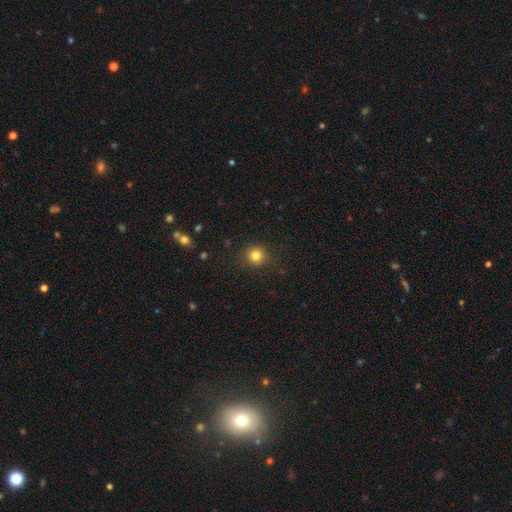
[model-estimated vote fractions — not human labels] smooth_or_featured: smooth (p=0.82) [alt: star or artifact p=0.13]
how_rounded: round (p=0.91) [alt: in between p=0.08]
merging: none (p=0.88) [alt: minor disturbance p=0.08]